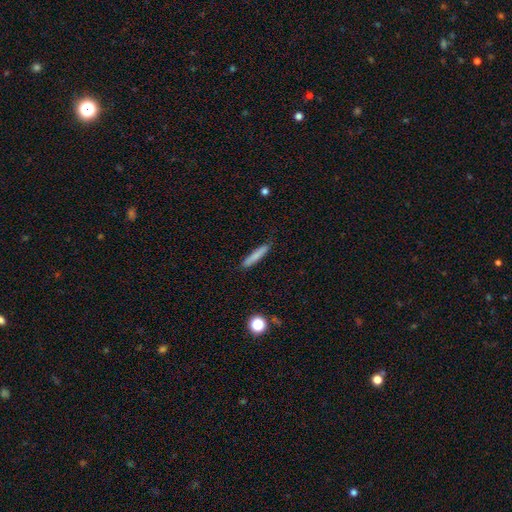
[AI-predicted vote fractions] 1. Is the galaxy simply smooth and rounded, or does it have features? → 77% smooth, 16% featured or disk, 7% star or artifact.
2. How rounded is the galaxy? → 93% cigar-shaped, 6% in between, 2% round.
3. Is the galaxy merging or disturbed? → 83% none, 13% minor disturbance, 2% major disturbance, 1% merger.